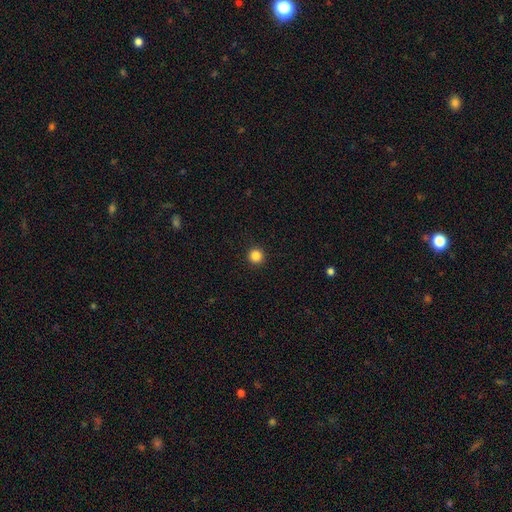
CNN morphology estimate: Overall: smooth (85%). How rounded: round (96%). Merging: none (93%).